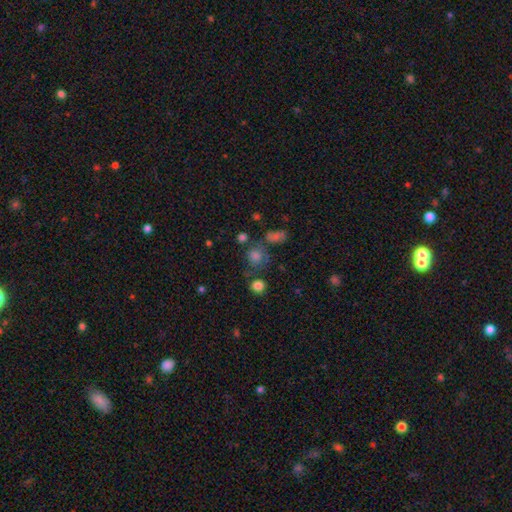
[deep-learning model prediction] smooth 63%, star or artifact 25%, featured or disk 12%. Down the decision tree: how rounded — round (82%); merging — none (63%).